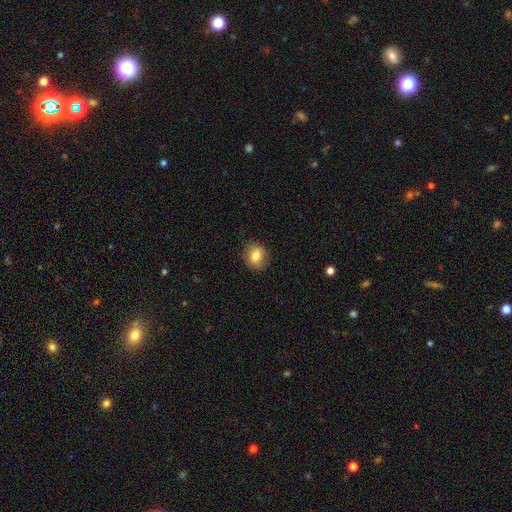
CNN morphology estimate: Smooth or featured? Predicted: smooth (p=0.79). How rounded? Predicted: round (p=0.59). Merging? Predicted: none (p=0.85).